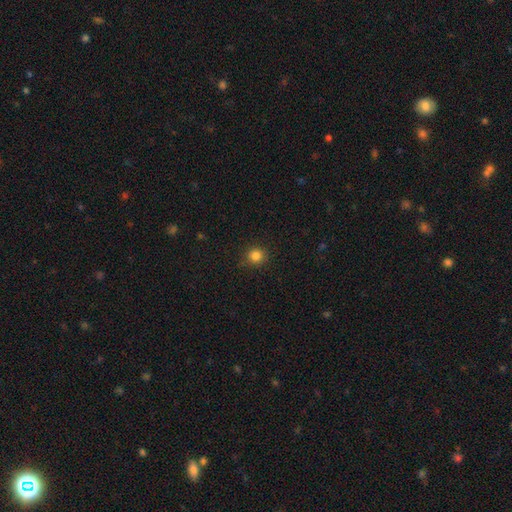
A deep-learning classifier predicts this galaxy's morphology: Smooth or featured?
  - smooth: 83% *
  - star or artifact: 13%
  - featured or disk: 4%
How rounded?
  - round: 90% *
  - in between: 9%
  - cigar-shaped: 1%
Merging?
  - none: 89% *
  - minor disturbance: 8%
  - major disturbance: 2%
  - merger: 1%